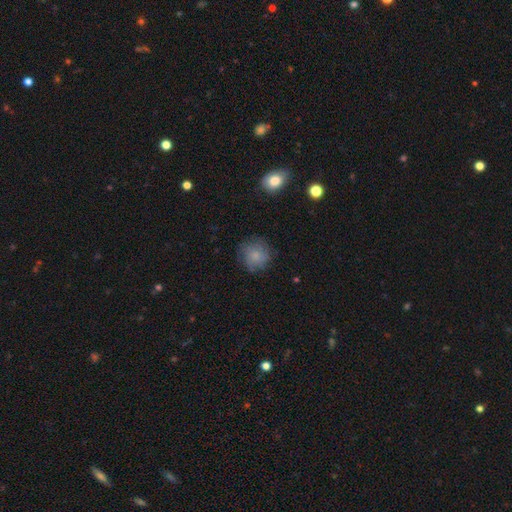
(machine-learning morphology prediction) type=smooth (57%); roundness=round (88%); merging=none (75%).